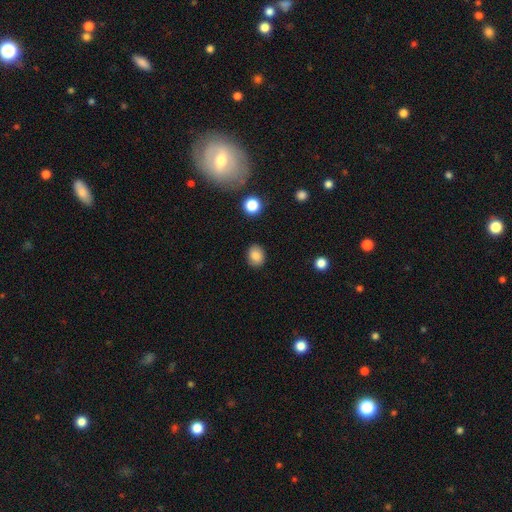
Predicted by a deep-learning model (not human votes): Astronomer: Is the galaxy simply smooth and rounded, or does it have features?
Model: smooth — 85%.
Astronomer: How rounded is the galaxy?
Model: round — 50% (runner-up: in between, 49%).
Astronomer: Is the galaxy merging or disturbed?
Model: none — 87%.